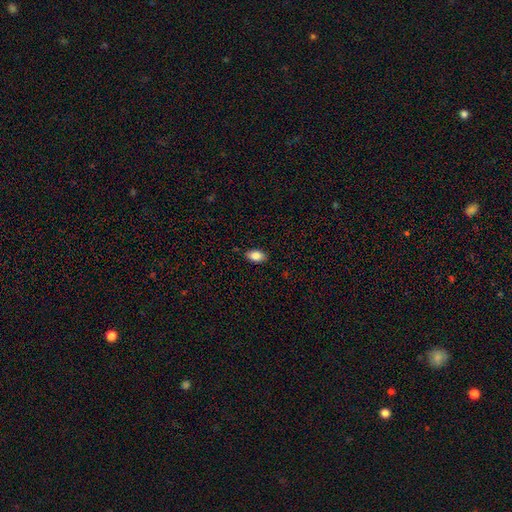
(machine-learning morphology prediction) smooth_or_featured: smooth (p=0.84) [alt: star or artifact p=0.08]
how_rounded: in between (p=0.90) [alt: round p=0.07]
merging: none (p=0.87) [alt: minor disturbance p=0.10]